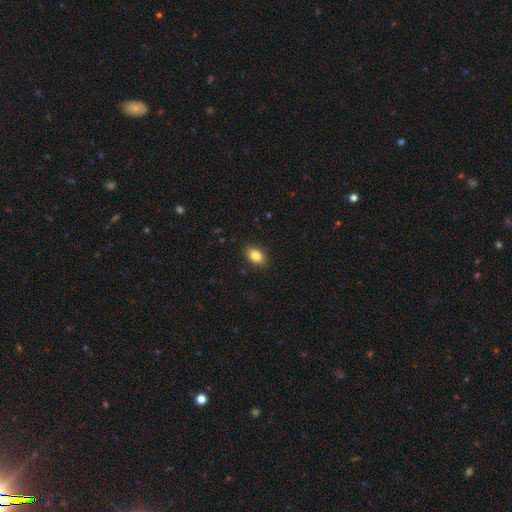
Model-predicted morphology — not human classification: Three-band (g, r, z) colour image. It shows a smooth galaxy with no disk features (84%) that is in between round and cigar-shaped (87%). Merging: none (88%).